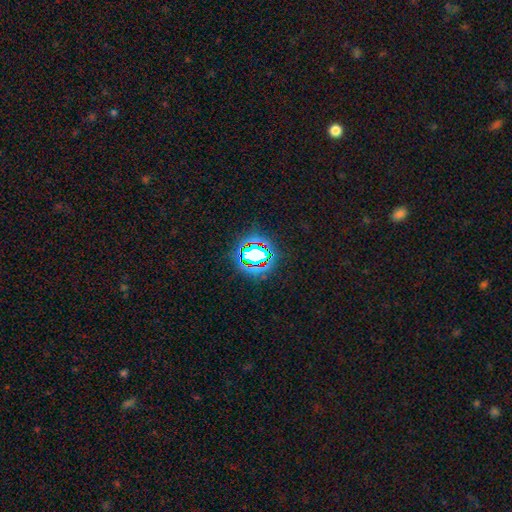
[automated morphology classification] Q: Smooth or featured?
A: star or artifact (62%); runner-up: smooth (24%)